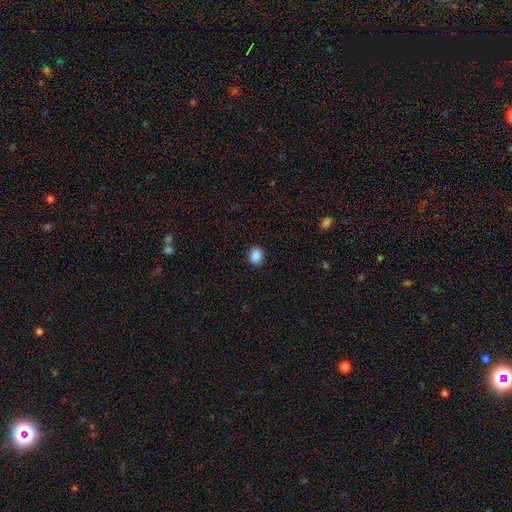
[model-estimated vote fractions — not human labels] smooth_or_featured: smooth (p=0.88) [alt: star or artifact p=0.09]
how_rounded: round (p=0.68) [alt: in between p=0.31]
merging: none (p=0.90) [alt: minor disturbance p=0.07]